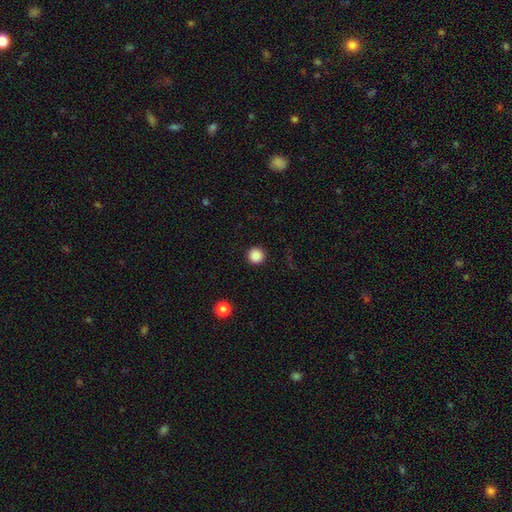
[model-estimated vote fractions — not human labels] Smooth or featured? smooth (87%)
How rounded? round (96%)
Merging? none (93%)